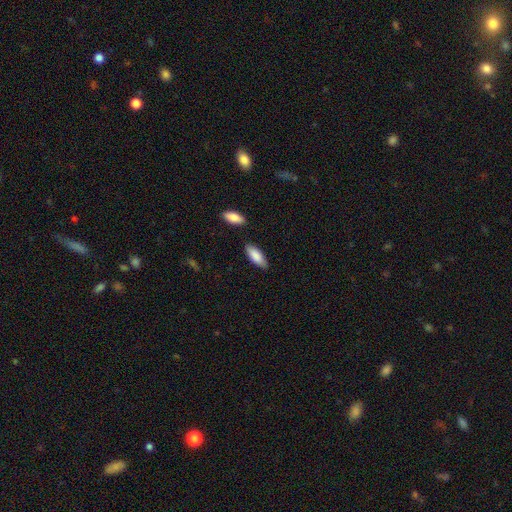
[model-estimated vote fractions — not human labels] This appears to be a smooth galaxy with no disk features (86%) that is in between round and cigar-shaped (76%). Merging: none (81%).